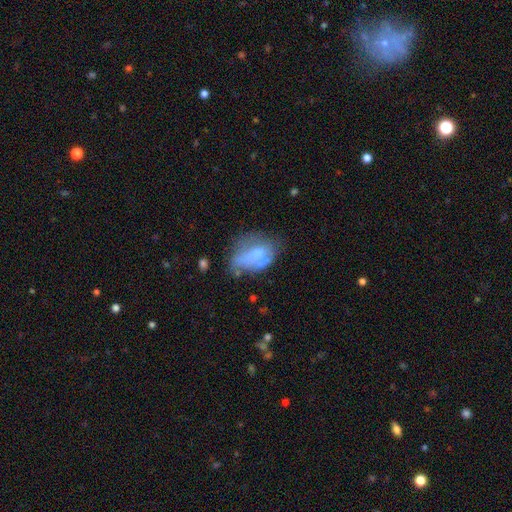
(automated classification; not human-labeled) A smooth galaxy with no disk features (52%) that is in between round and cigar-shaped (81%). Merging: none (31%).